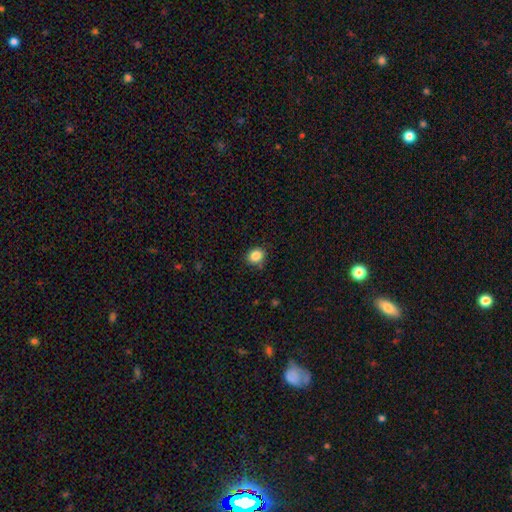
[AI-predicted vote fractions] Q: Smooth or featured?
A: smooth (85%); runner-up: star or artifact (11%)
Q: How rounded?
A: round (75%); runner-up: in between (24%)
Q: Merging?
A: none (81%); runner-up: minor disturbance (14%)